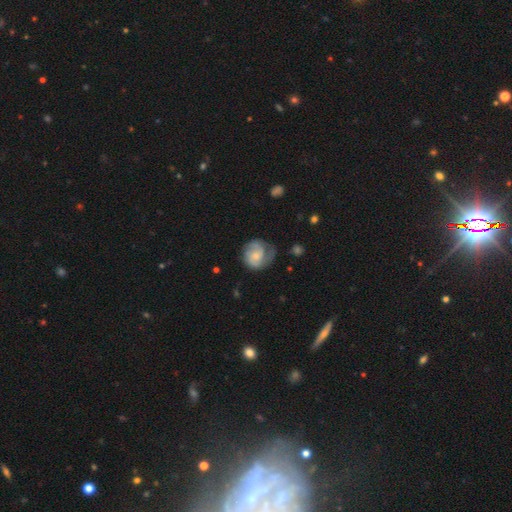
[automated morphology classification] This is likely a featured or disk galaxy (71%). It is clearly not viewed edge-on (98%). Bar: likely no (69%). Spiral arm pattern: clearly yes (93%). Spiral arm count: possibly 2 (54%). Spiral winding: possibly tight (45%). Central bulge: possibly small (56%). Merging: possibly none (59%).